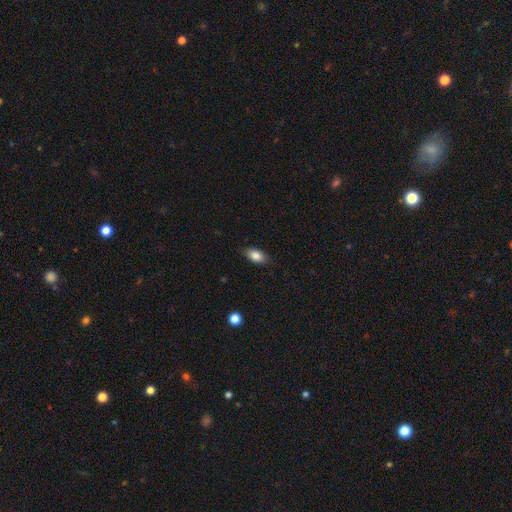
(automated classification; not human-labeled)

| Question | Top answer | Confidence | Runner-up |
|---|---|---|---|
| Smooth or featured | smooth | 84% | featured or disk (8%) |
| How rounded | in between | 90% | round (6%) |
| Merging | none | 85% | minor disturbance (11%) |